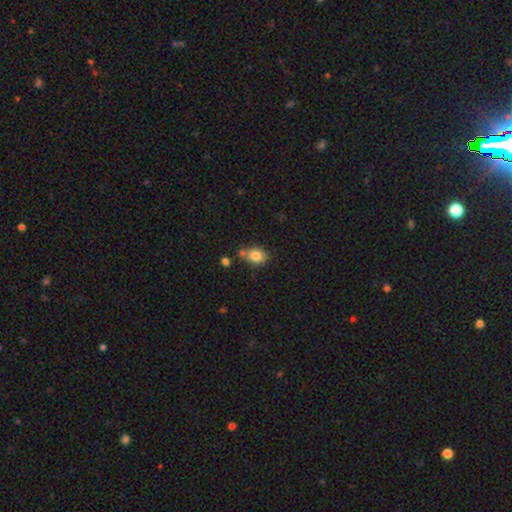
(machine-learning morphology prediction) smooth 83%, star or artifact 10%, featured or disk 7%. Down the decision tree: how rounded — in between (61%); merging — none (68%).